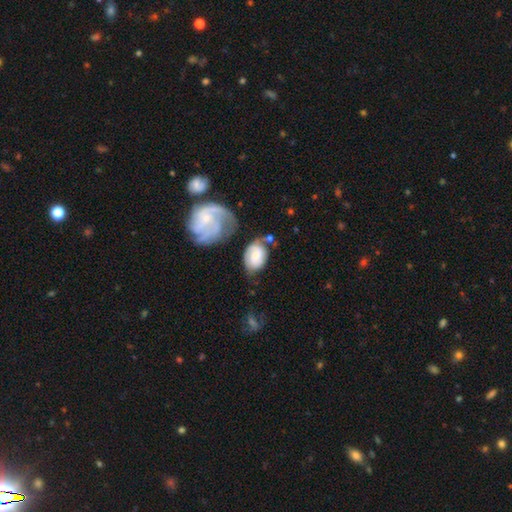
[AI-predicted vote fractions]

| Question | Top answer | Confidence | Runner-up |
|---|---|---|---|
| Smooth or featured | smooth | 51% | featured or disk (42%) |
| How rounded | in between | 75% | round (24%) |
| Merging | none | 45% | minor disturbance (26%) |